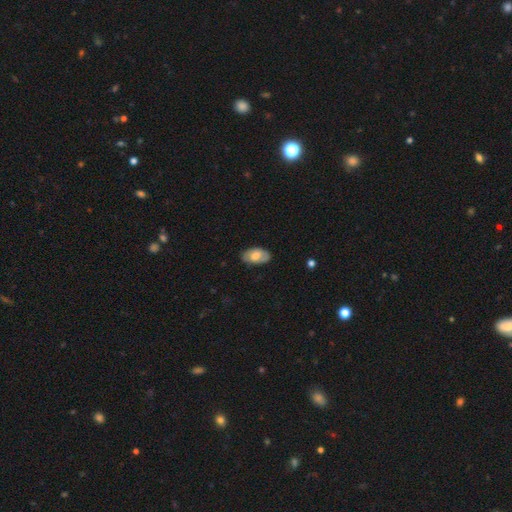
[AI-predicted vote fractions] This appears to be a smooth galaxy with no disk features (68%) that is in between round and cigar-shaped (94%). Merging: none (80%).